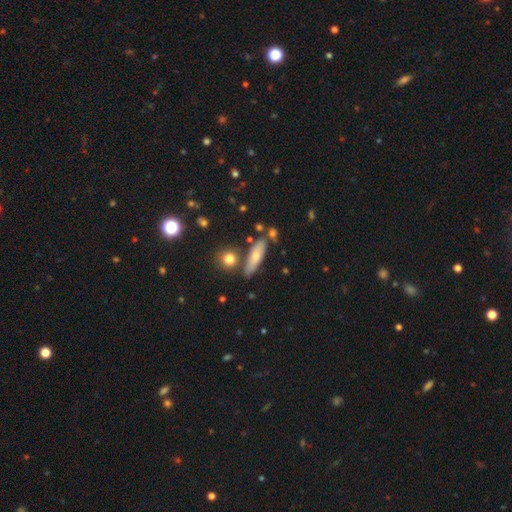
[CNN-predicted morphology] type=smooth (66%); roundness=cigar-shaped (57%); merging=none (73%).